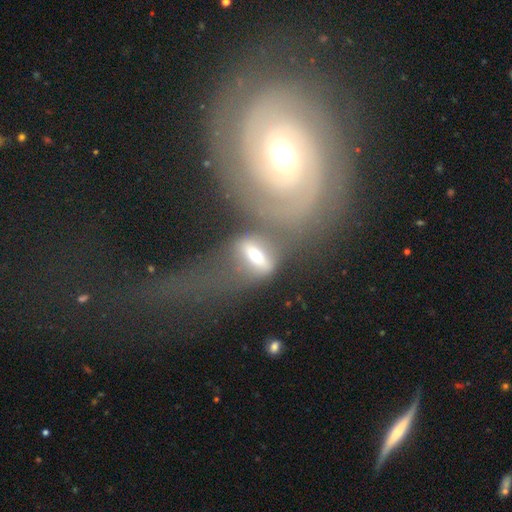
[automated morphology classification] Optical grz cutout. It shows a smooth galaxy with no disk features (47%). Merging: none (51%).